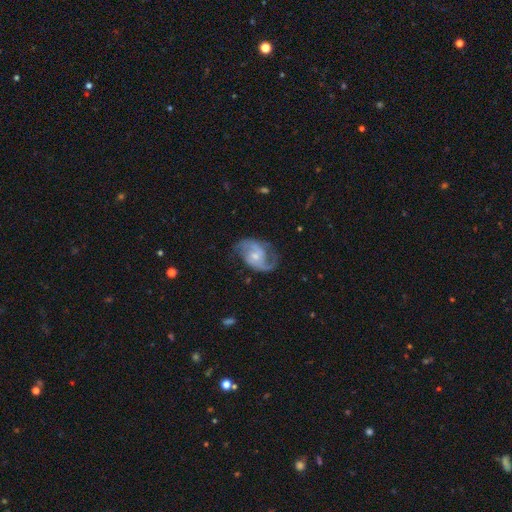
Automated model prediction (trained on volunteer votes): This appears to be a featured or disk galaxy (88%) with no bar (56%), 2 (91%) medium (53%) spiral arms (97%) and a small central bulge (57%). Merging: none (73%).